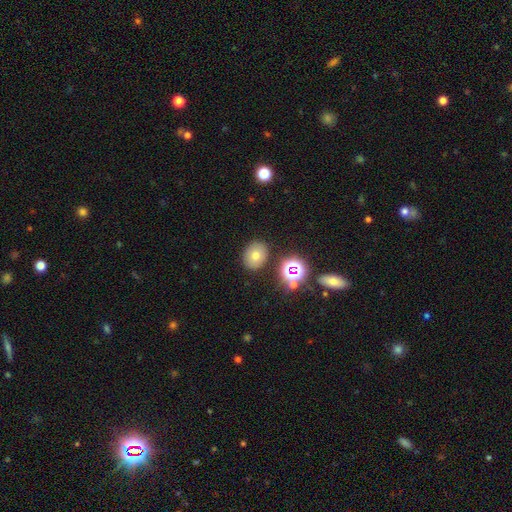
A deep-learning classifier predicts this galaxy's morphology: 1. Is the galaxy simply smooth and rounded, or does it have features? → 67% smooth, 19% star or artifact, 14% featured or disk.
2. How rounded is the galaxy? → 54% in between, 45% round, 1% cigar-shaped.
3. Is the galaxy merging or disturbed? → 85% none, 9% minor disturbance, 3% major disturbance, 3% merger.